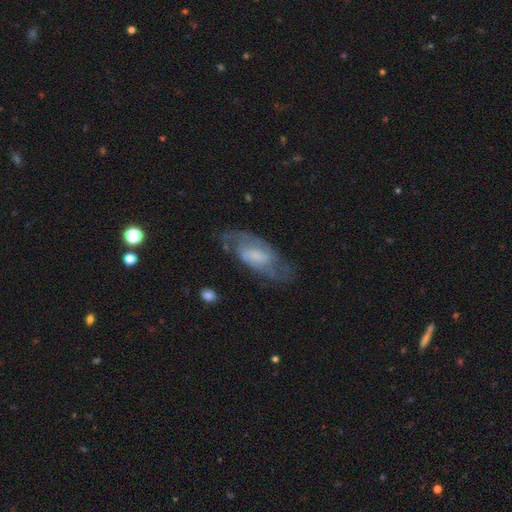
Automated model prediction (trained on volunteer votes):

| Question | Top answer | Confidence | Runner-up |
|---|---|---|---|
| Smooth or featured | featured or disk | 69% | smooth (24%) |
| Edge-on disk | no | 91% | yes (9%) |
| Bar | weak | 47% | no (38%) |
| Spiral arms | yes | 83% | no (17%) |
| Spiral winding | medium | 48% | tight (30%) |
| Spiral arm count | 2 | 64% | can't tell (25%) |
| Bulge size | small | 35% | moderate (30%) |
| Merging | none | 64% | minor disturbance (21%) |